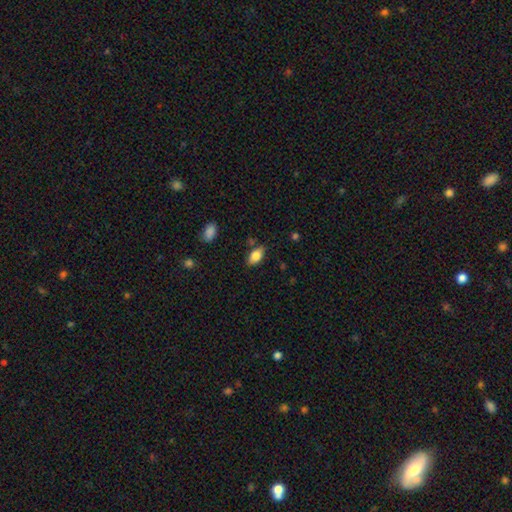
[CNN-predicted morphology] type=smooth (80%); roundness=in between (90%); merging=none (79%).